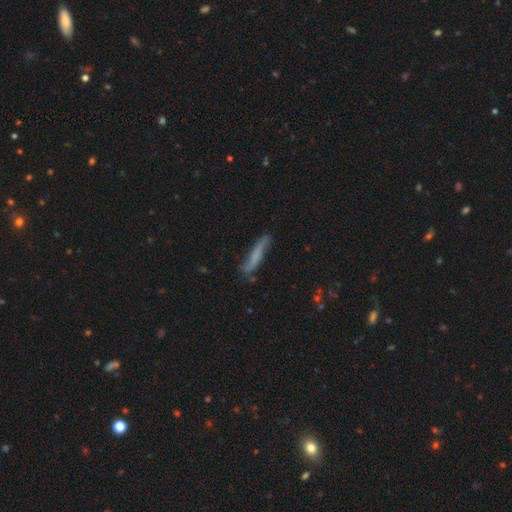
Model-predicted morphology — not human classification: smooth-or-featured: smooth: 50% | featured or disk: 42% | star or artifact: 8%
  how-rounded: cigar-shaped: 91% | in between: 7% | round: 2%
  merging: none: 69% | minor disturbance: 23% | major disturbance: 5% | merger: 2%